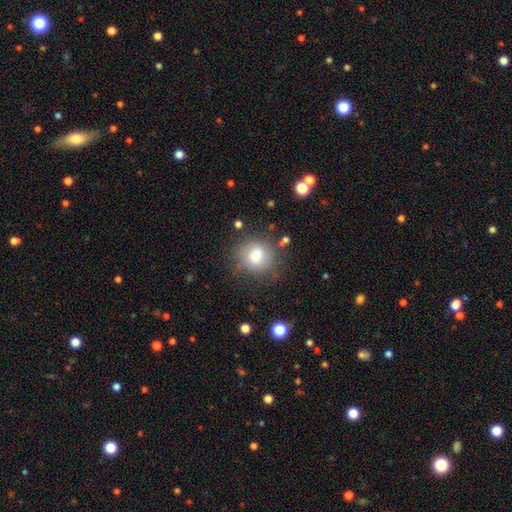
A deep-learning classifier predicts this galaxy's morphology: Smooth or featured: smooth — 76% (featured or disk — 15%)
How rounded: round — 82% (in between — 17%)
Merging: none — 74% (minor disturbance — 16%)